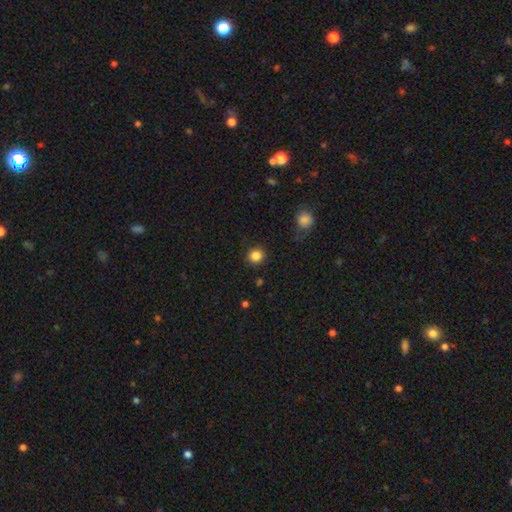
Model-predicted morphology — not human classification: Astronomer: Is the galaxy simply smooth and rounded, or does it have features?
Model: smooth — 86%.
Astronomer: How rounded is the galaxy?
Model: round — 92%.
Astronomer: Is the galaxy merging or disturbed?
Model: none — 90%.